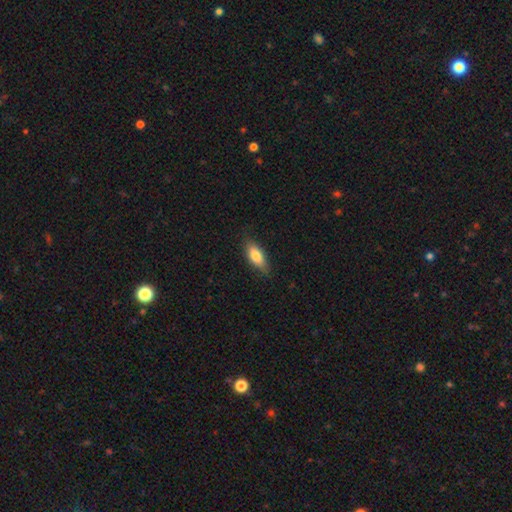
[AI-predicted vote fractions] A smooth galaxy with no disk features (80%) that is in between round and cigar-shaped (76%).

Vote fractions:
- Smooth or featured? smooth: 80% / featured or disk: 14% / star or artifact: 6%
- How rounded? in between: 76% / cigar-shaped: 22% / round: 3%
- Merging? none: 79% / minor disturbance: 17% / major disturbance: 3% / merger: 1%